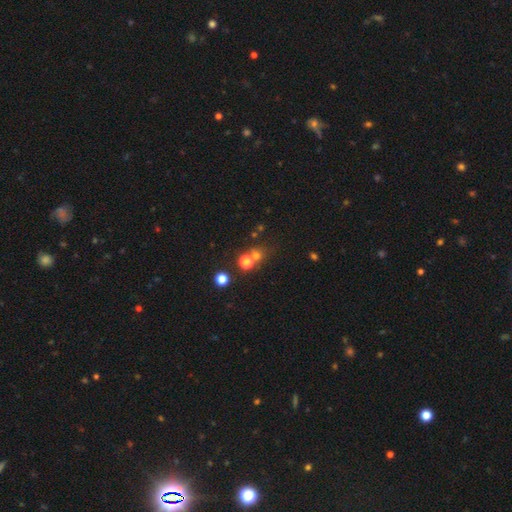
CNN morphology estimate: This appears to be a smooth galaxy with no disk features (64%) that is round (84%). Merging: none (57%).